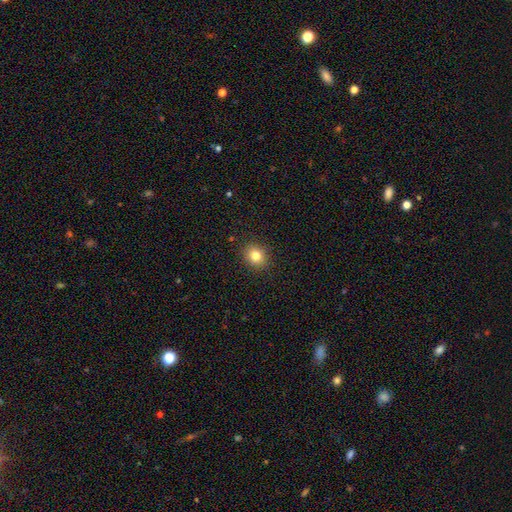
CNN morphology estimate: A smooth galaxy with no disk features (80%) that is round (77%).

Vote fractions:
- Smooth or featured? smooth: 80% / star or artifact: 12% / featured or disk: 8%
- How rounded? round: 77% / in between: 22% / cigar-shaped: 1%
- Merging? none: 90% / minor disturbance: 7% / major disturbance: 2% / merger: 1%